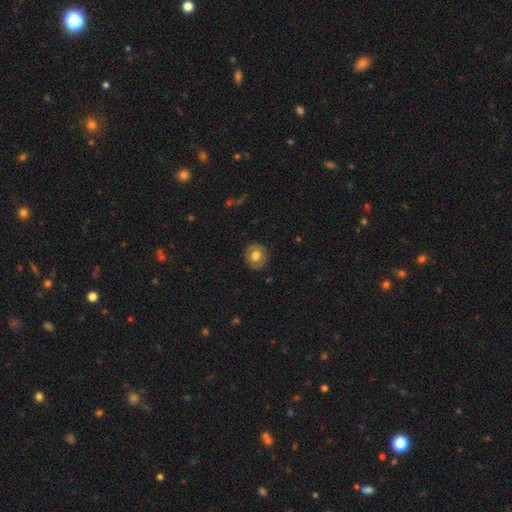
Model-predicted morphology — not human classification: smooth-or-featured: smooth: 61% | featured or disk: 32% | star or artifact: 7%
  how-rounded: round: 81% | in between: 18% | cigar-shaped: 1%
  merging: none: 85% | minor disturbance: 11% | major disturbance: 3% | merger: 1%